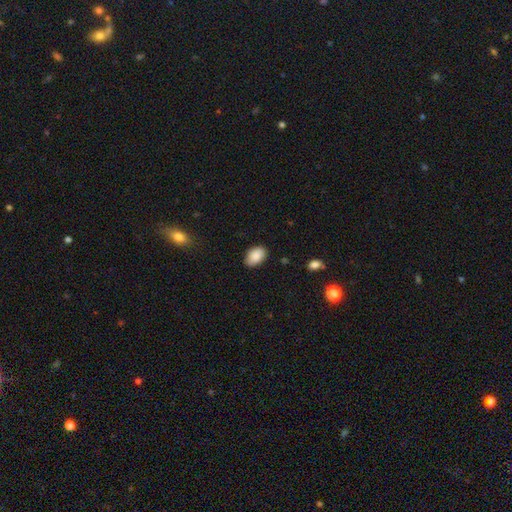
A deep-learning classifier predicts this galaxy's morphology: Smooth or featured?
  - smooth: 88% *
  - star or artifact: 7%
  - featured or disk: 5%
How rounded?
  - in between: 90% *
  - round: 9%
  - cigar-shaped: 1%
Merging?
  - none: 82% *
  - minor disturbance: 14%
  - major disturbance: 3%
  - merger: 1%